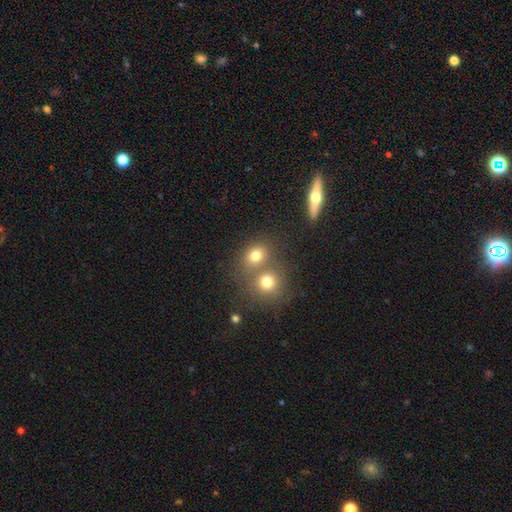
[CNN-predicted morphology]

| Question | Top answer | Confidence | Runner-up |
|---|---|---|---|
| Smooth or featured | smooth | 75% | star or artifact (15%) |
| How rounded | round | 70% | in between (29%) |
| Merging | none | 52% | merger (36%) |